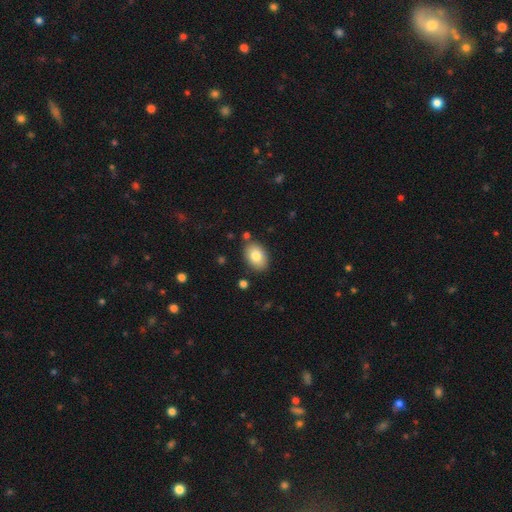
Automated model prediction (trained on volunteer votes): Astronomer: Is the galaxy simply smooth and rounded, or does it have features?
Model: smooth — 81%.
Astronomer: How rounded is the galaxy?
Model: in between — 84%.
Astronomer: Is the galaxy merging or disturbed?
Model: none — 83%.